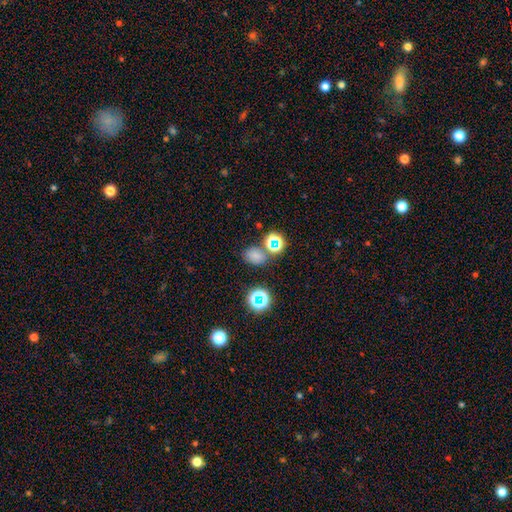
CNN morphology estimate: Smooth or featured: smooth — 68% (star or artifact — 25%)
How rounded: in between — 61% (round — 38%)
Merging: none — 68% (merger — 14%)